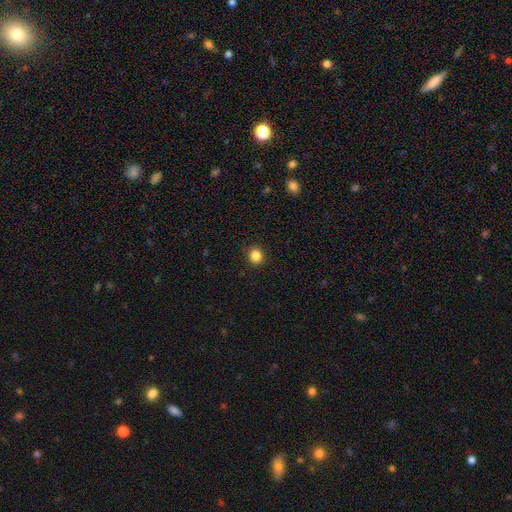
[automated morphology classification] type=smooth (85%); roundness=round (87%); merging=none (91%).